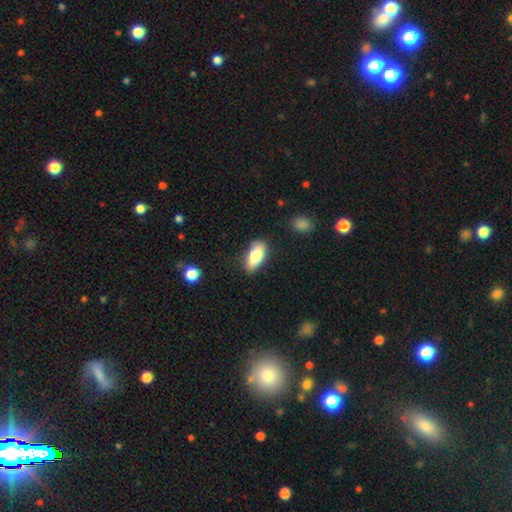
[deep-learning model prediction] The model was most divided on "merging": none: 76%, minor disturbance: 18%, major disturbance: 4%, merger: 2%. More confident: how rounded — in between (88%); smooth or featured — smooth (79%).